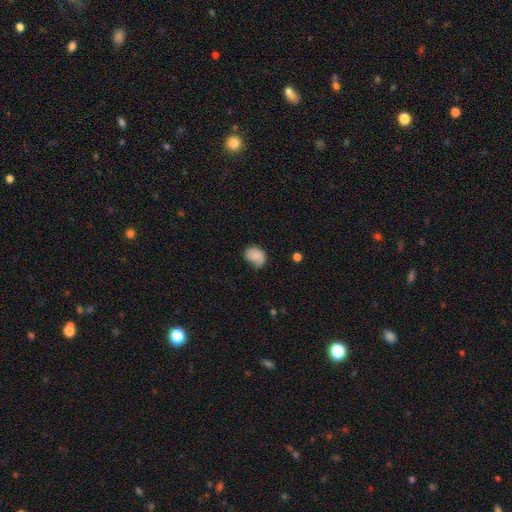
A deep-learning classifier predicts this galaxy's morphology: Q: Smooth or featured?
A: smooth (70%); runner-up: featured or disk (22%)
Q: How rounded?
A: in between (56%); runner-up: round (43%)
Q: Merging?
A: none (44%); runner-up: minor disturbance (38%)